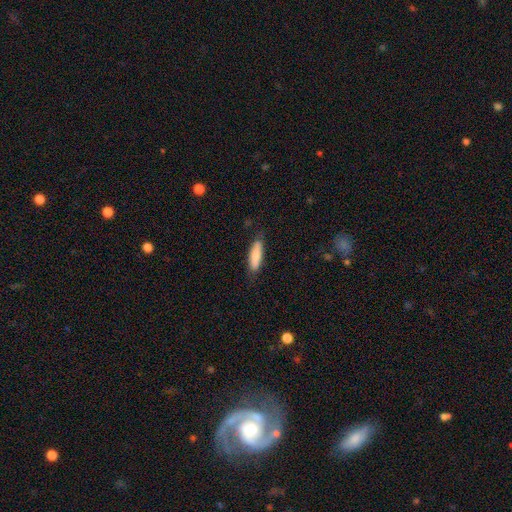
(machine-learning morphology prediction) Smooth or featured?
  - smooth: 83% *
  - featured or disk: 11%
  - star or artifact: 6%
How rounded?
  - cigar-shaped: 59% *
  - in between: 39%
  - round: 2%
Merging?
  - none: 81% *
  - minor disturbance: 15%
  - major disturbance: 3%
  - merger: 1%